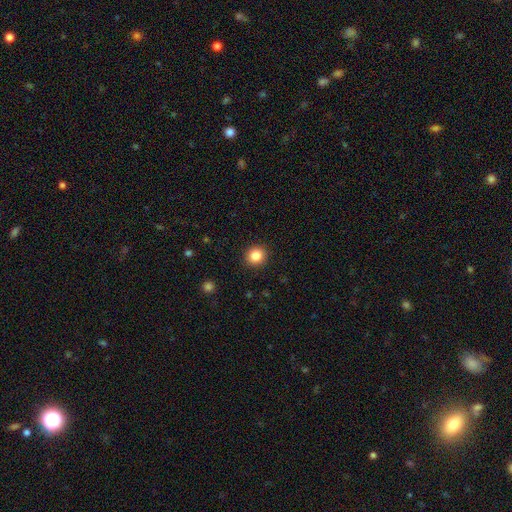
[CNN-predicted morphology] Smooth or featured? Predicted: smooth (p=0.85). How rounded? Predicted: round (p=0.87). Merging? Predicted: none (p=0.91).